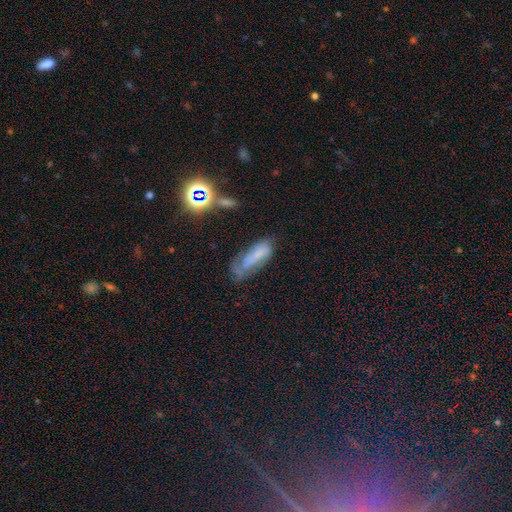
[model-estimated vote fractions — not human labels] Morphology: type=smooth (47%); merging=none (35%).